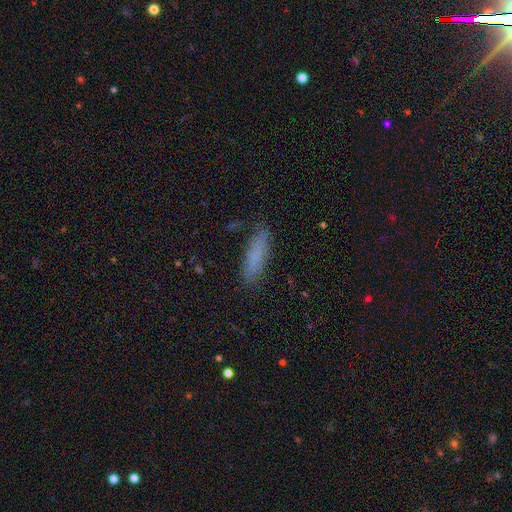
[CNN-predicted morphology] A smooth galaxy with no disk features (78%) that is cigar-shaped (72%). Merging: none (83%).